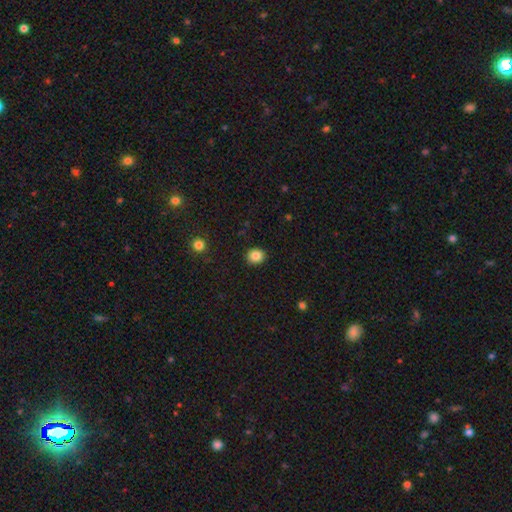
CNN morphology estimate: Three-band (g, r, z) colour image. It shows a smooth galaxy with no disk features (85%) that is round (73%). Merging: none (91%).